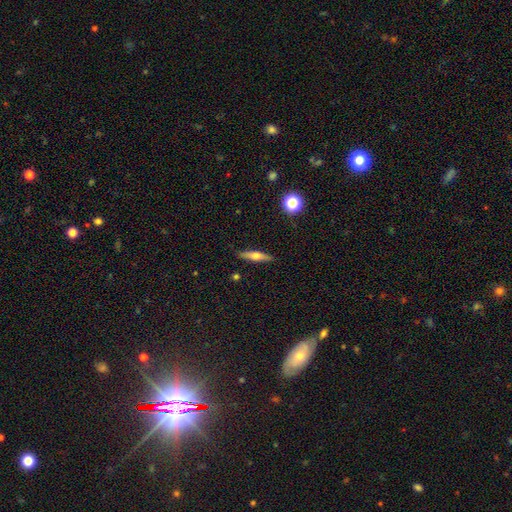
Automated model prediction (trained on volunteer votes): Overall: smooth (49%; featured or disk 43%). Merging: none (89%).